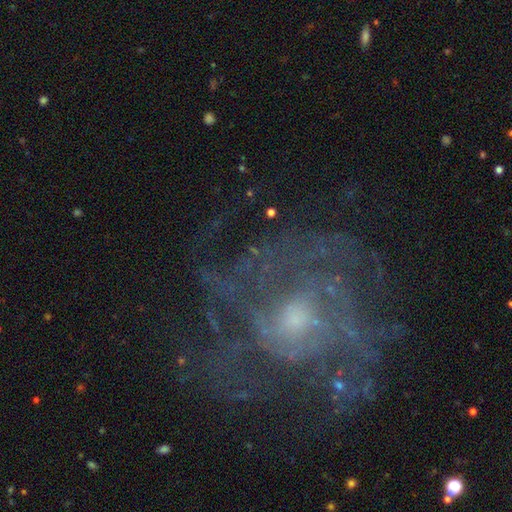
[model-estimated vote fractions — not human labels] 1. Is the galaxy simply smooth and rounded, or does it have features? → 78% featured or disk, 13% star or artifact, 9% smooth.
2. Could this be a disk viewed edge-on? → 97% no, 3% yes.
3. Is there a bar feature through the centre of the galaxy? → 76% no, 20% weak, 4% strong.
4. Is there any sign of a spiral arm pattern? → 79% yes, 21% no.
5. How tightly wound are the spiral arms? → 48% tight, 36% medium, 16% loose.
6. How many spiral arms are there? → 48% can't tell, 13% 2, 12% 3, 10% 4, 10% more than 4, 7% 1.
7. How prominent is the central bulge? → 47% moderate, 43% small, 5% large, 4% none, 1% dominant.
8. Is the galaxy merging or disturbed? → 66% none, 17% major disturbance, 15% minor disturbance, 2% merger.